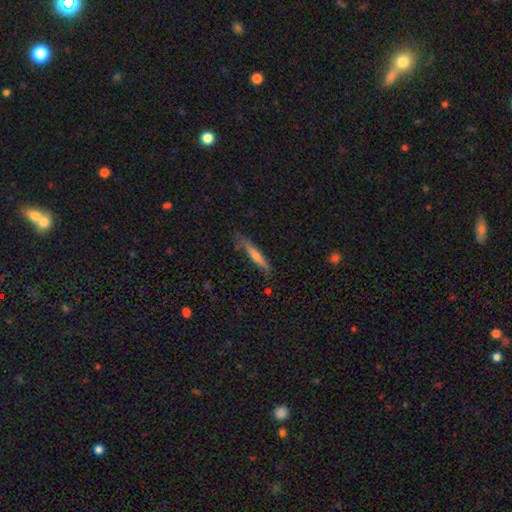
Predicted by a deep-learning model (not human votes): A smooth galaxy with no disk features (57%) that is cigar-shaped (93%). Merging: none (73%).